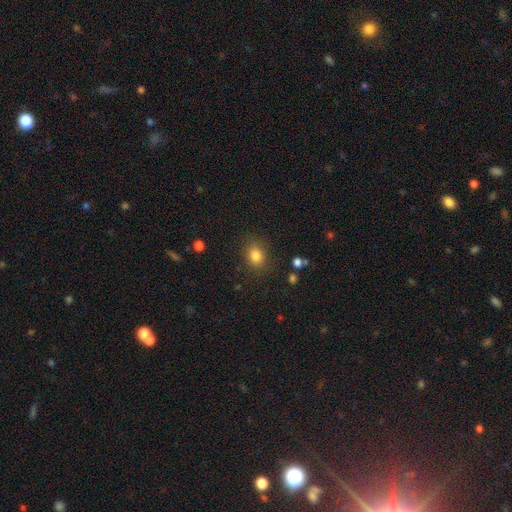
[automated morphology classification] Smooth or featured: smooth — 83% (star or artifact — 12%)
How rounded: round — 54% (in between — 45%)
Merging: none — 83% (minor disturbance — 11%)